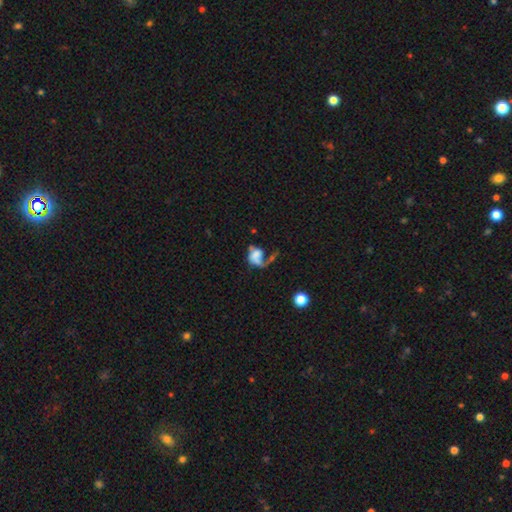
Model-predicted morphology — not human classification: This is possibly a featured or disk galaxy (48%). Merging: possibly major disturbance (48%).